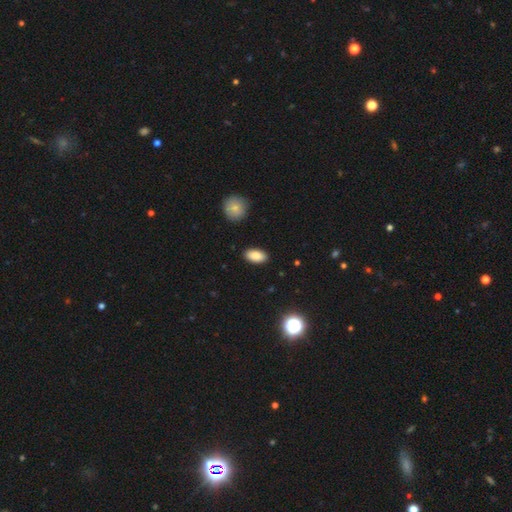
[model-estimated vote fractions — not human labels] Overall: smooth (84%). How rounded: in between (93%). Merging: none (89%).